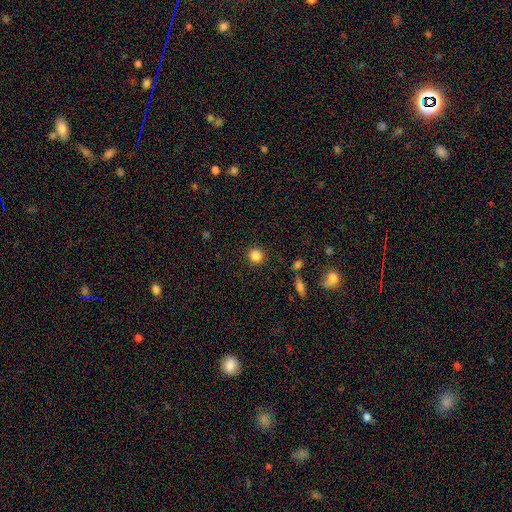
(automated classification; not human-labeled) This appears to be a smooth galaxy with no disk features (85%) that is round (92%). Merging: none (89%).